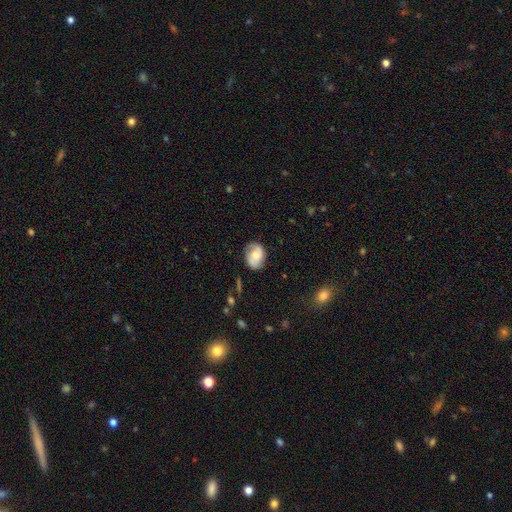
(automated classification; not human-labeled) Q: Smooth or featured?
A: featured or disk (48%); runner-up: smooth (44%)
Q: Merging?
A: none (71%); runner-up: minor disturbance (22%)